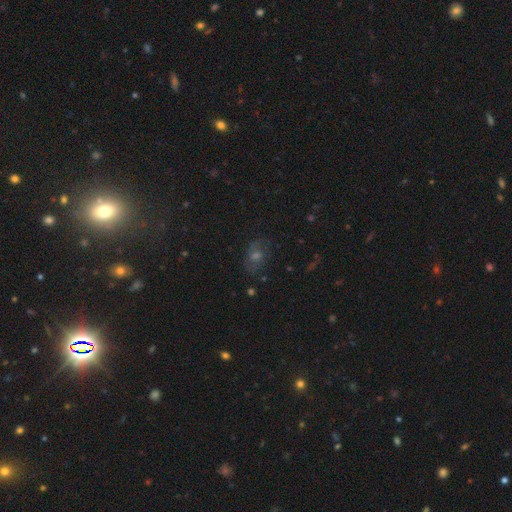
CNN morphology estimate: Smooth or featured: smooth — 34% (star or artifact — 33%)
Merging: none — 75% (minor disturbance — 16%)